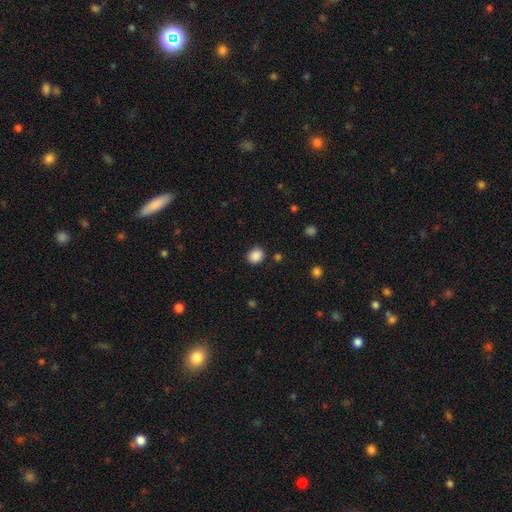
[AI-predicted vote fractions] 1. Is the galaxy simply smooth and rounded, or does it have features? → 88% smooth, 10% star or artifact, 3% featured or disk.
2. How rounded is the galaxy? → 67% round, 32% in between, 1% cigar-shaped.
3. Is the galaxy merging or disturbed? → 86% none, 9% minor disturbance, 3% major disturbance, 2% merger.